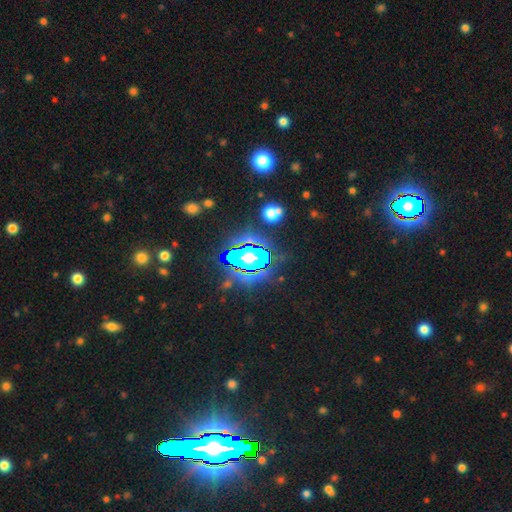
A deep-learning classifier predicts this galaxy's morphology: Smooth or featured?
  - star or artifact: 85% *
  - smooth: 8%
  - featured or disk: 7%